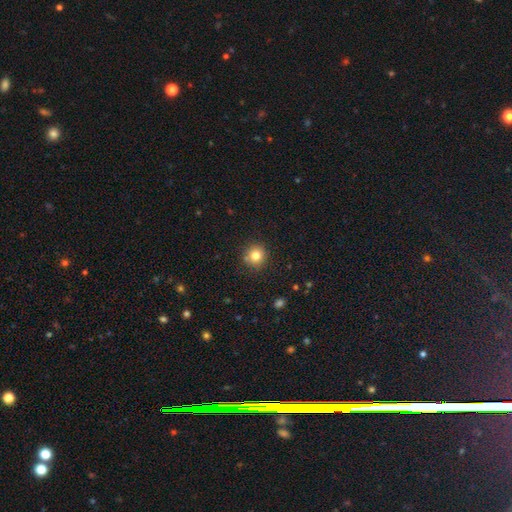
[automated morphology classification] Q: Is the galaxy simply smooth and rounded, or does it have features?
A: smooth — 80%.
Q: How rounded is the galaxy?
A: round — 92%.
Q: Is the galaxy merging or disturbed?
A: none — 87%.